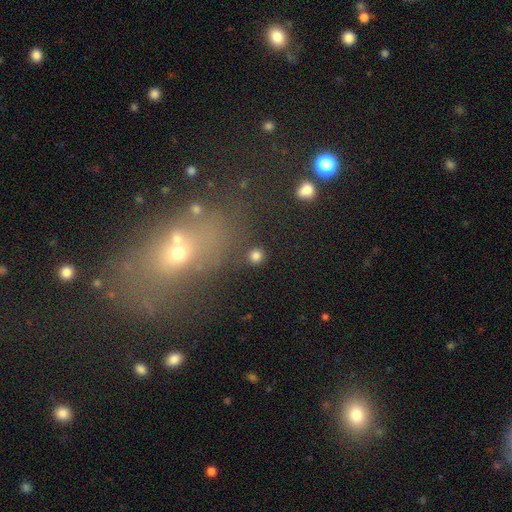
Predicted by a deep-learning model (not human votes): Overall: smooth (81%). How rounded: round (94%). Merging: none (88%).